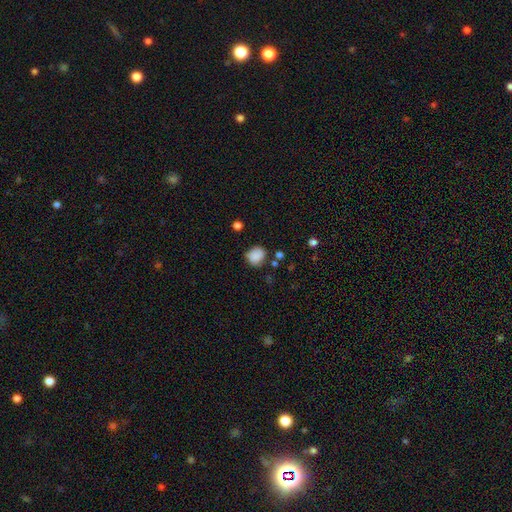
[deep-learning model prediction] This is clearly a smooth galaxy (85%). How rounded: likely round (68%). Merging: likely none (70%).